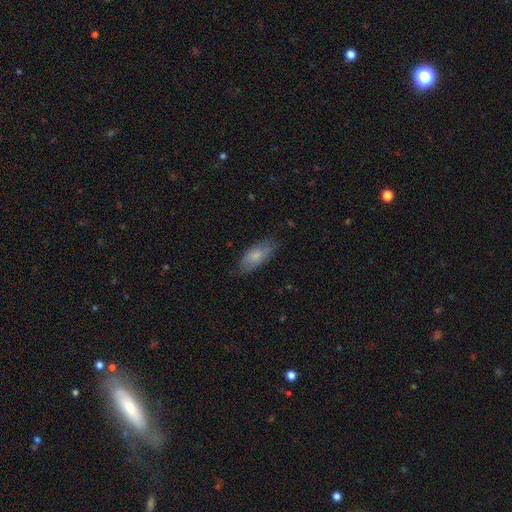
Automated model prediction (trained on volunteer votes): The model was most divided on "merging": none: 75%, minor disturbance: 20%, major disturbance: 4%, merger: 1%. More confident: how rounded — in between (84%); smooth or featured — smooth (76%).